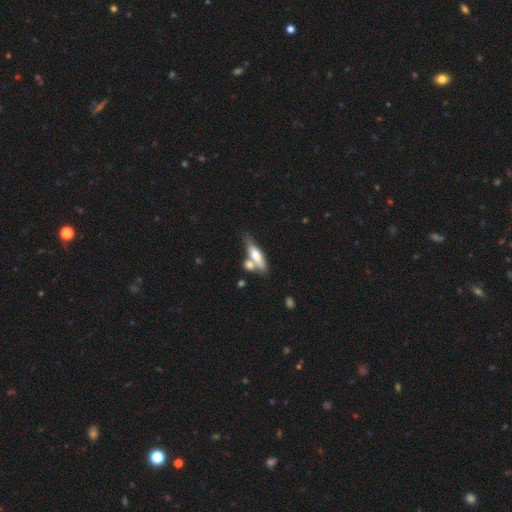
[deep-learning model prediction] smooth-or-featured: smooth: 54% | featured or disk: 39% | star or artifact: 6%
  how-rounded: cigar-shaped: 57% | in between: 40% | round: 3%
  merging: none: 43% | merger: 36% | minor disturbance: 15% | major disturbance: 7%